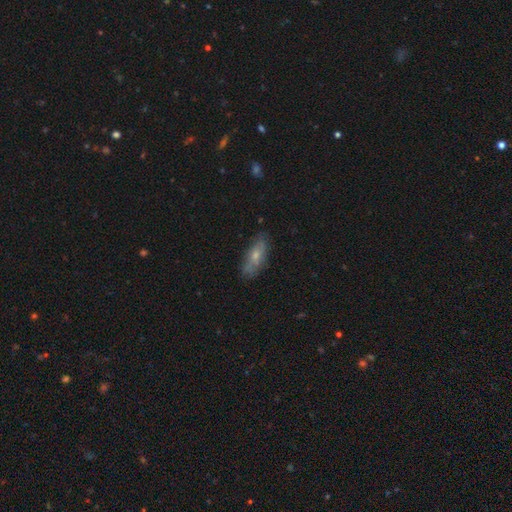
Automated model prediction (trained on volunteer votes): Overall: smooth (56%; featured or disk 37%). How rounded: in between (69%). Merging: none (71%).